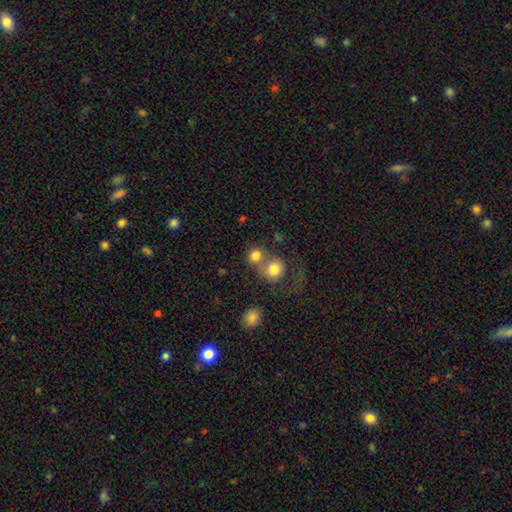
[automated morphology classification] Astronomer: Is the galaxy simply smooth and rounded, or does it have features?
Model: smooth — 79%.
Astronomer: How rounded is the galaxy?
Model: round — 80%.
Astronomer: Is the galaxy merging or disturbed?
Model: merger — 53% (runner-up: none, 35%).